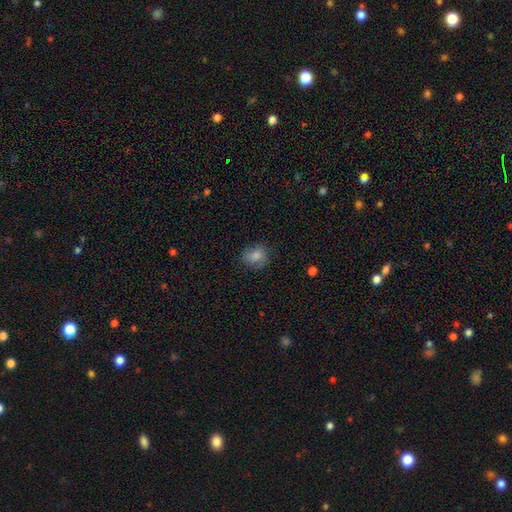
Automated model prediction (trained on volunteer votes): Q: Smooth or featured?
A: smooth (80%); runner-up: featured or disk (11%)
Q: How rounded?
A: round (67%); runner-up: in between (32%)
Q: Merging?
A: none (75%); runner-up: minor disturbance (19%)